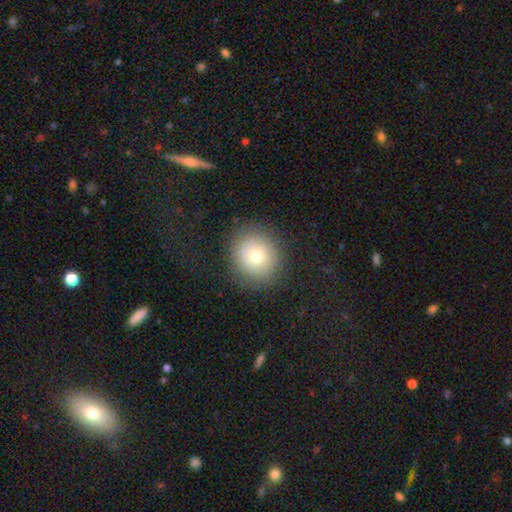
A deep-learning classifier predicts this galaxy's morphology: Q: Smooth or featured?
A: smooth (70%); runner-up: featured or disk (18%)
Q: How rounded?
A: round (87%); runner-up: in between (12%)
Q: Merging?
A: none (85%); runner-up: minor disturbance (10%)